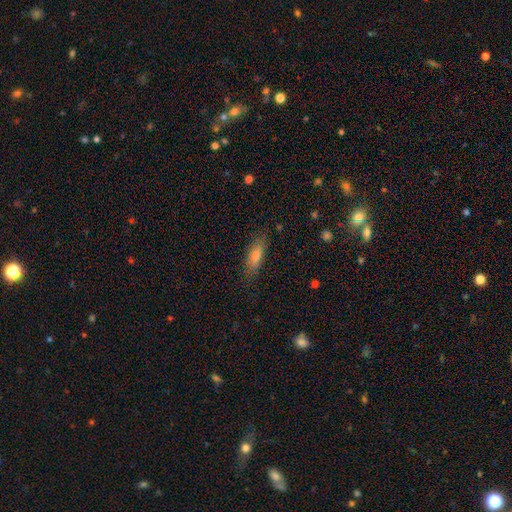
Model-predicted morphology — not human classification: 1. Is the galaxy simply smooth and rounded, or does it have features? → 72% smooth, 19% featured or disk, 9% star or artifact.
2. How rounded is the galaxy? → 54% in between, 44% cigar-shaped, 3% round.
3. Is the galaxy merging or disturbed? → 81% none, 14% minor disturbance, 3% major disturbance, 1% merger.